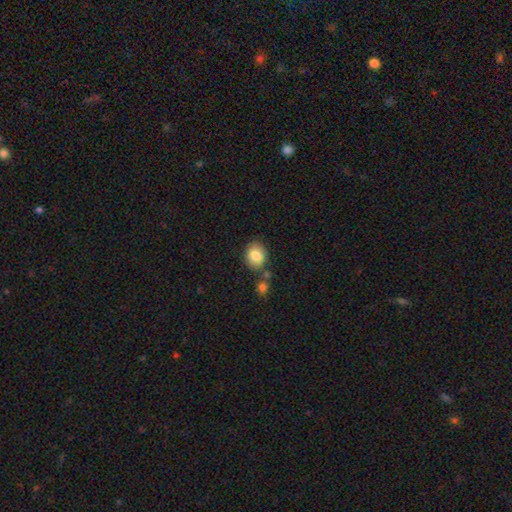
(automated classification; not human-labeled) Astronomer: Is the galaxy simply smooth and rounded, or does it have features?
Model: smooth — 83%.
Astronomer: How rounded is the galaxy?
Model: round — 56% (runner-up: in between, 43%).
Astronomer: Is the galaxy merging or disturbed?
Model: none — 71%.